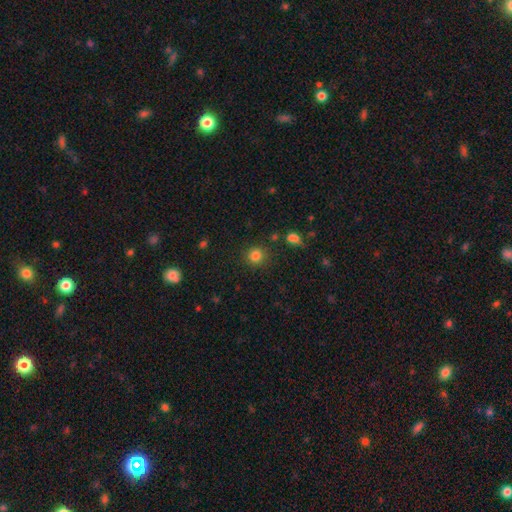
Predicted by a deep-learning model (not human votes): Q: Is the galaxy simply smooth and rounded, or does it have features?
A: smooth — 82%.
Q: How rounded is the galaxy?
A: round — 91%.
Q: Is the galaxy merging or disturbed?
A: none — 87%.